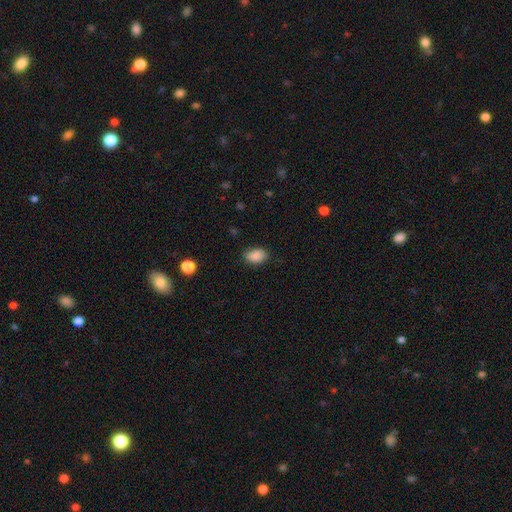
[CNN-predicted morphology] This appears to be a smooth galaxy with no disk features (88%) that is in between round and cigar-shaped (84%). Merging: none (79%).